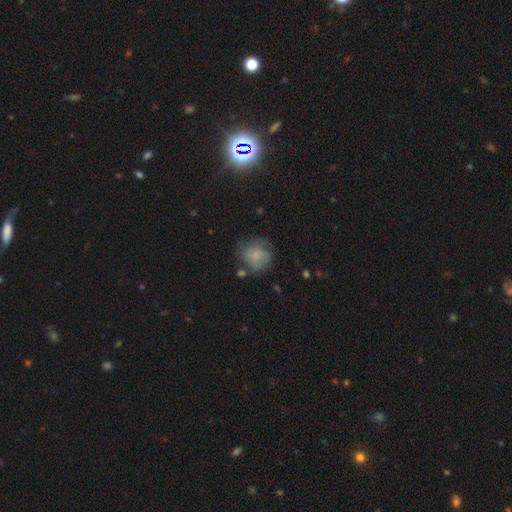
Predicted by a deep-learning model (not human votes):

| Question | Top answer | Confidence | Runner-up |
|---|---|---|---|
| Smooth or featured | smooth | 63% | featured or disk (27%) |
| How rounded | round | 82% | in between (17%) |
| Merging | none | 57% | minor disturbance (24%) |